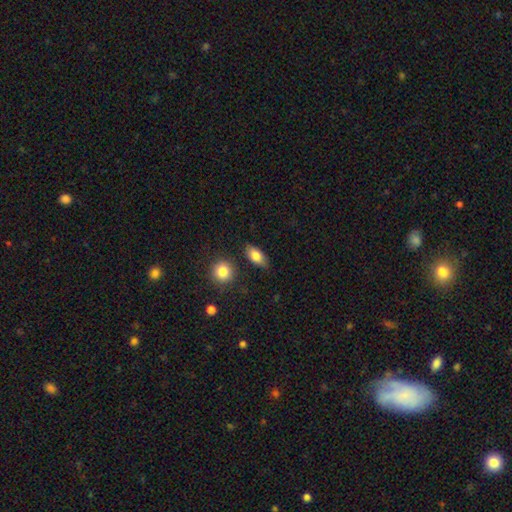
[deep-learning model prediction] smooth_or_featured: smooth (p=0.81) [alt: featured or disk p=0.12]
how_rounded: in between (p=0.87) [alt: cigar-shaped p=0.07]
merging: none (p=0.82) [alt: minor disturbance p=0.12]